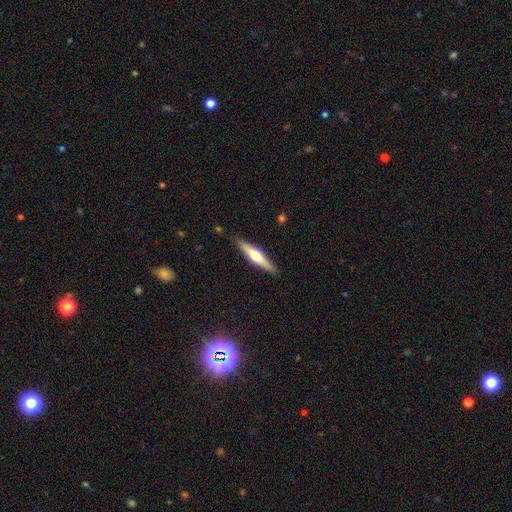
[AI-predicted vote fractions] Smooth or featured?
  - featured or disk: 60% *
  - smooth: 35%
  - star or artifact: 5%
Edge-on disk?
  - yes: 96% *
  - no: 4%
Edge-on bulge?
  - rounded: 91% *
  - boxy: 5%
  - none: 4%
Merging?
  - none: 89% *
  - minor disturbance: 8%
  - major disturbance: 2%
  - merger: 1%